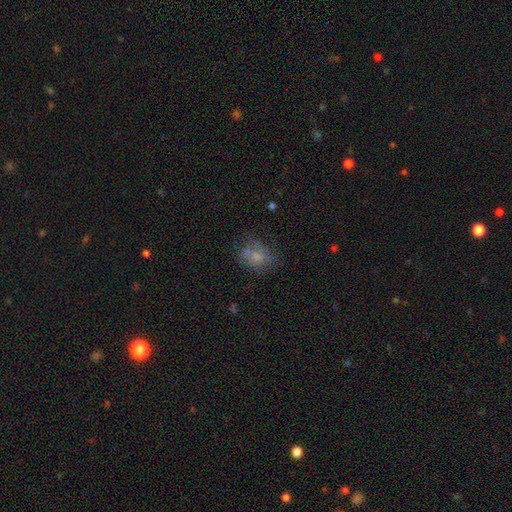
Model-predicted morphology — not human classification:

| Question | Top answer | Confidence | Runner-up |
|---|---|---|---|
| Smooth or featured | smooth | 54% | featured or disk (30%) |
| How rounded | in between | 56% | round (42%) |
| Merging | none | 46% | minor disturbance (22%) |